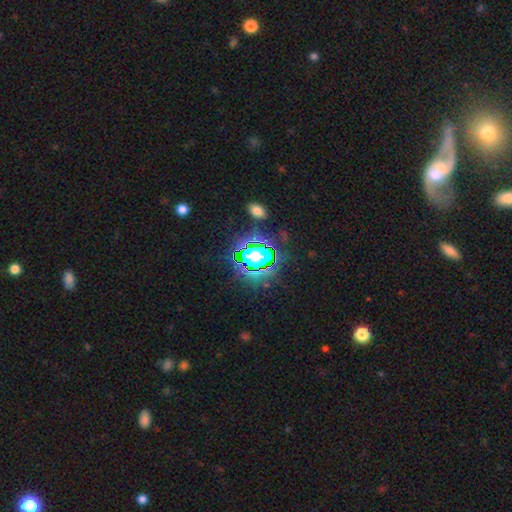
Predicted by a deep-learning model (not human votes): A star or artifact, not a galaxy (75%).

Vote fractions:
- Smooth or featured? star or artifact: 75% / smooth: 15% / featured or disk: 10%